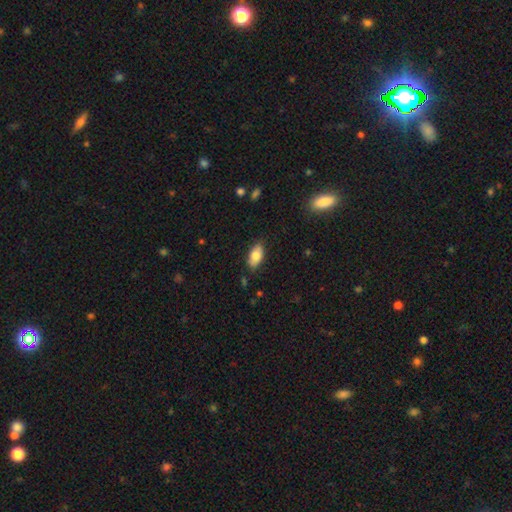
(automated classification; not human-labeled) A smooth galaxy with no disk features (79%) that is in between round and cigar-shaped (92%). Merging: none (84%).